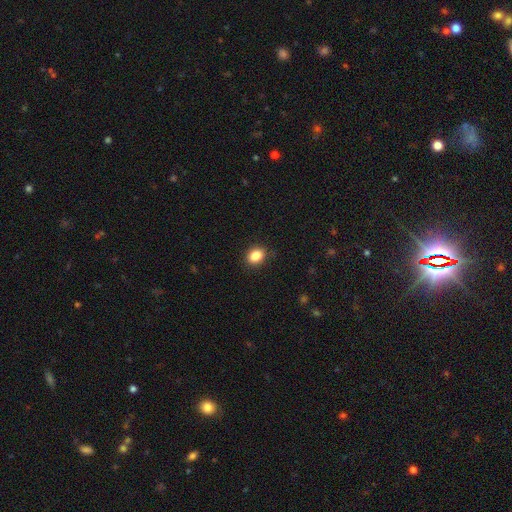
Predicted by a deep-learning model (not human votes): A smooth galaxy with no disk features (86%) that is in between round and cigar-shaped (58%).

Vote fractions:
- Smooth or featured? smooth: 86% / star or artifact: 9% / featured or disk: 5%
- How rounded? in between: 58% / round: 41% / cigar-shaped: 1%
- Merging? none: 88% / minor disturbance: 9% / major disturbance: 2% / merger: 1%